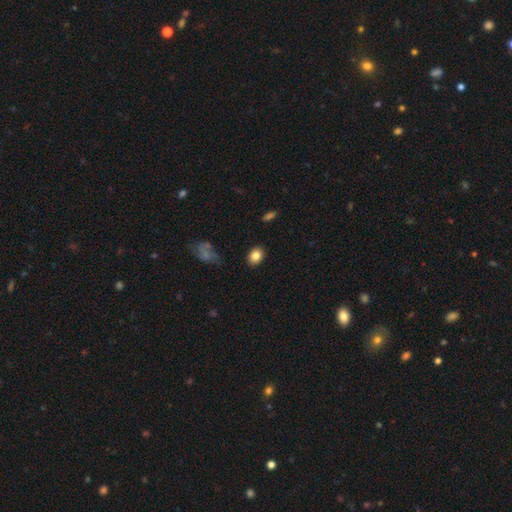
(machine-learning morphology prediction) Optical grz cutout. It shows a smooth galaxy with no disk features (83%) that is in between round and cigar-shaped (60%). Merging: none (87%).